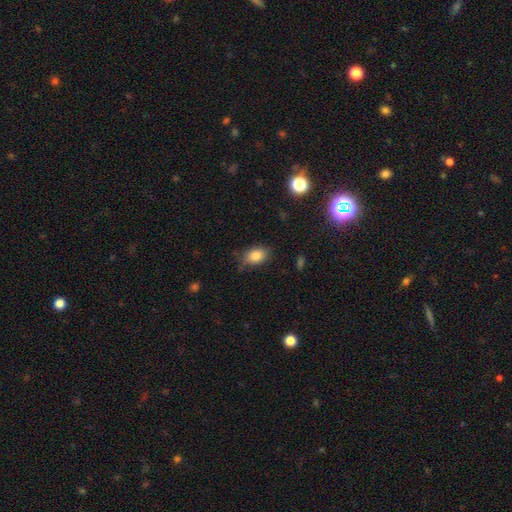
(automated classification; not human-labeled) Q: Smooth or featured?
A: smooth (85%); runner-up: star or artifact (9%)
Q: How rounded?
A: in between (83%); runner-up: round (15%)
Q: Merging?
A: none (74%); runner-up: minor disturbance (20%)